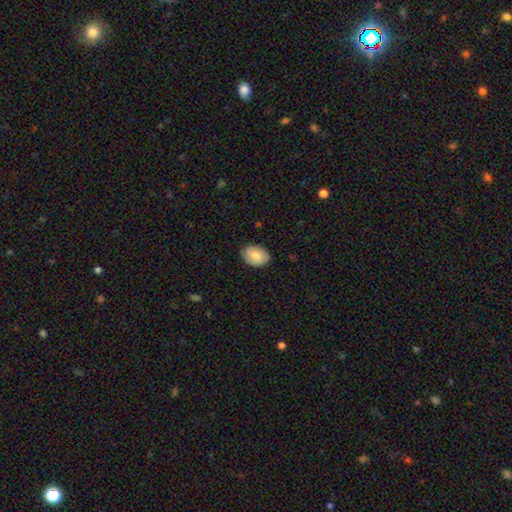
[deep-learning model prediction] Smooth or featured? Predicted: smooth (p=0.82). How rounded? Predicted: in between (p=0.76). Merging? Predicted: none (p=0.84).